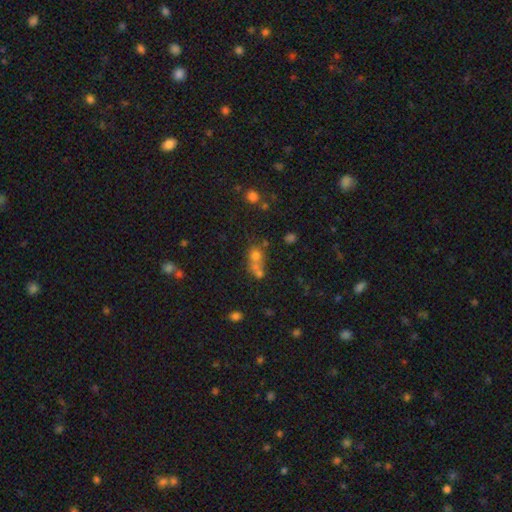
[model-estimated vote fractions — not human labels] Morphology: type=smooth (60%); roundness=round (65%); merging=merger (51%).